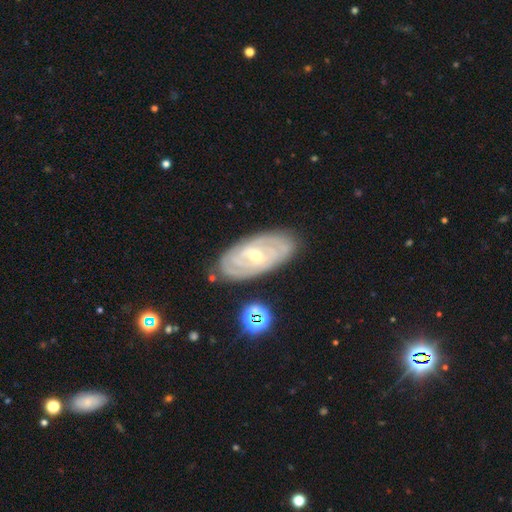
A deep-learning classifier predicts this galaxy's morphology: The model was most divided on "spiral arm count" (2-way tie): can't tell: 33%, 2: 33%, 3: 16%, 4: 10%, more than 4: 4%, 1: 4%. Remaining: edge-on disk — no (93%); spiral arms — yes (93%); smooth or featured — featured or disk (83%); merging — none (81%); spiral winding — tight (75%); bulge size — small (57%); bar — weak (47%).